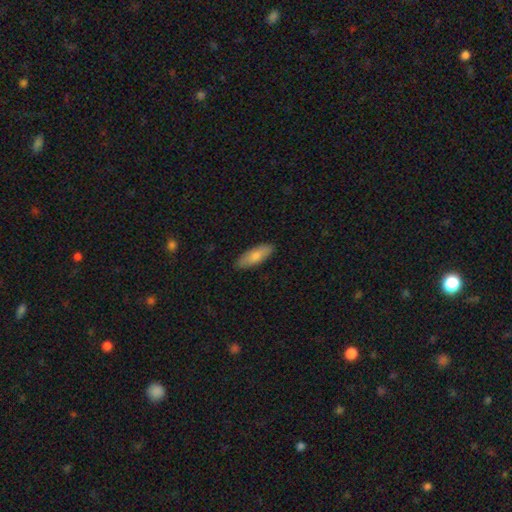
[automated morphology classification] The model was most divided on "how rounded": in between: 71%, cigar-shaped: 27%, round: 2%. More confident: merging — none (88%); smooth or featured — smooth (79%).